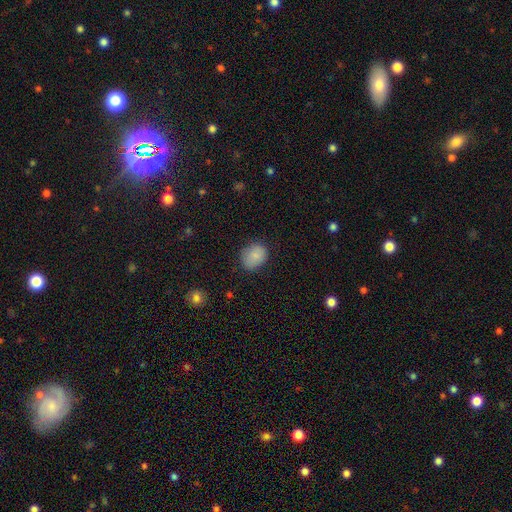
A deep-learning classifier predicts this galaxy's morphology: Q: Smooth or featured?
A: smooth (83%); runner-up: star or artifact (9%)
Q: How rounded?
A: in between (53%); runner-up: round (46%)
Q: Merging?
A: none (72%); runner-up: minor disturbance (21%)